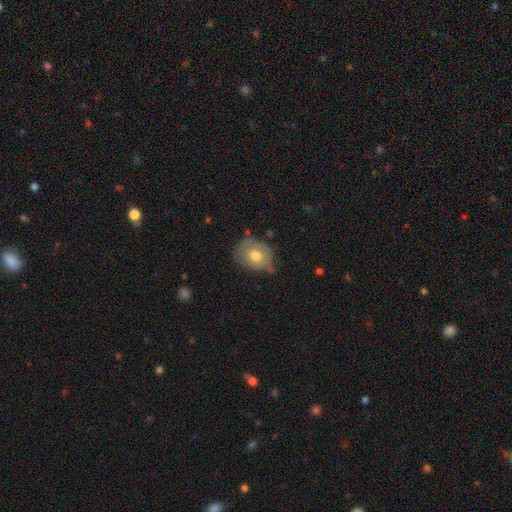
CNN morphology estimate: Q: Smooth or featured?
A: smooth (67%); runner-up: featured or disk (24%)
Q: How rounded?
A: round (53%); runner-up: in between (45%)
Q: Merging?
A: none (54%); runner-up: minor disturbance (33%)